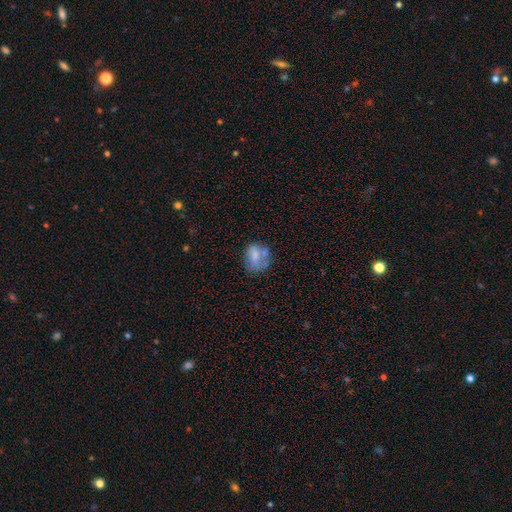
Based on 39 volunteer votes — Smooth or featured? smooth (62%)
How rounded? in between (54%)
Merging? none (45%)